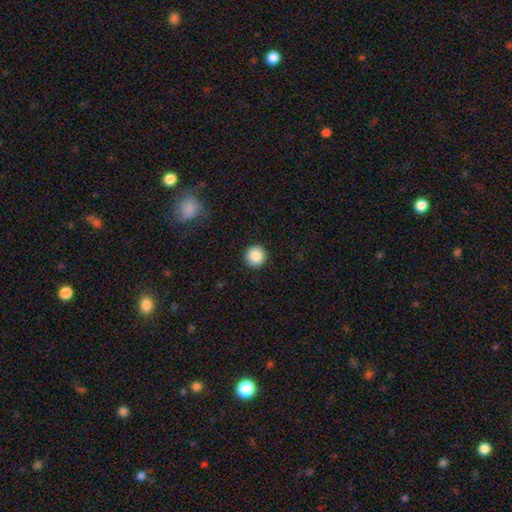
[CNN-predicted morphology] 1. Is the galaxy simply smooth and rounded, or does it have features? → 87% smooth, 9% star or artifact, 5% featured or disk.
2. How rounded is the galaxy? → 96% round, 3% in between, 1% cigar-shaped.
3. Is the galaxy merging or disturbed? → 93% none, 5% minor disturbance, 2% major disturbance, 1% merger.